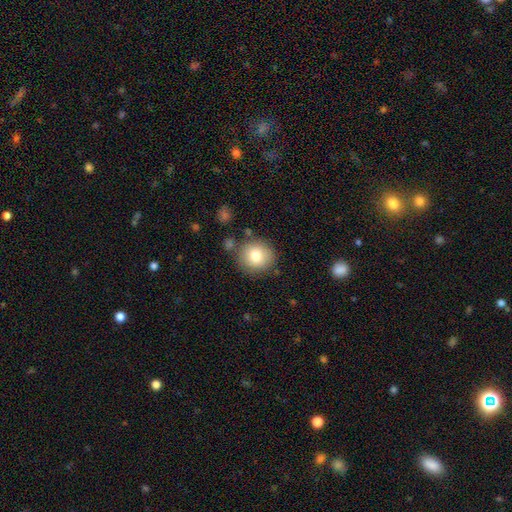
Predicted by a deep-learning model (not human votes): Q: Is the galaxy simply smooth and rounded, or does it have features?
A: smooth — 80%.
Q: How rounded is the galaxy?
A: round — 90%.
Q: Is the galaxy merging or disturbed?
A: none — 81%.